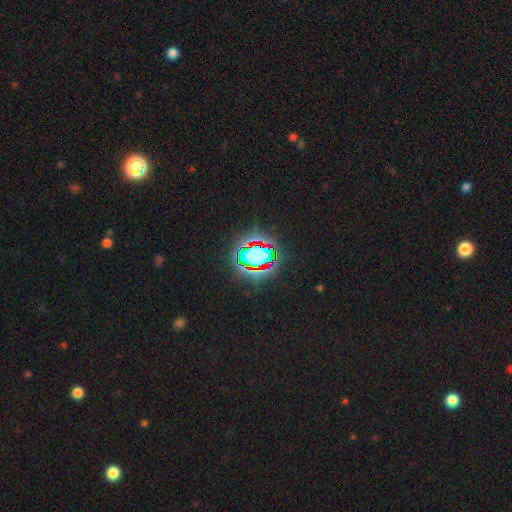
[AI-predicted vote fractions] Smooth or featured? Predicted: star or artifact (p=0.68).